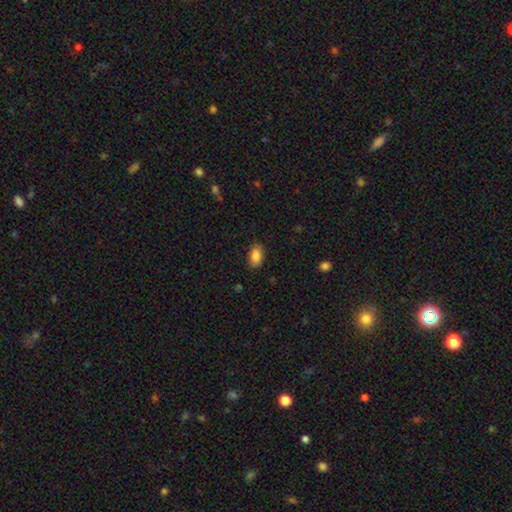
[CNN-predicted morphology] Overall: smooth (88%). How rounded: in between (92%). Merging: none (86%).